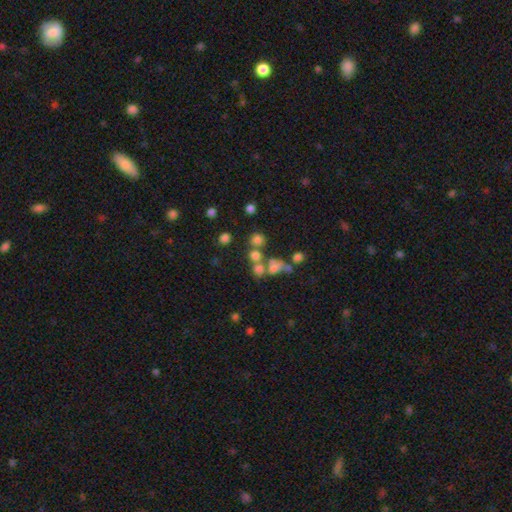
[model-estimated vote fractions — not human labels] Smooth or featured? smooth (62%)
How rounded? round (76%)
Merging? none (44%)